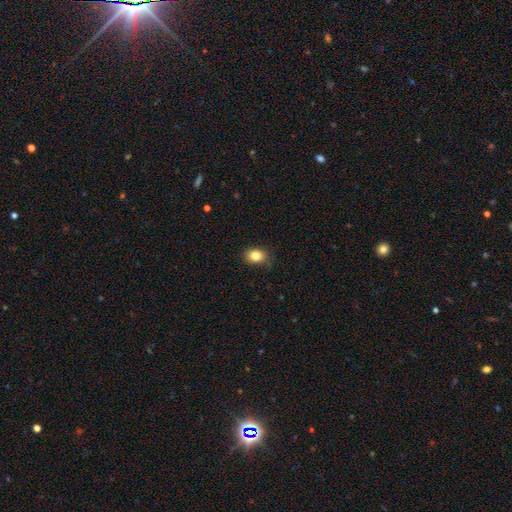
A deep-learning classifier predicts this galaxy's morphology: type=smooth (84%); roundness=in between (65%); merging=none (81%).